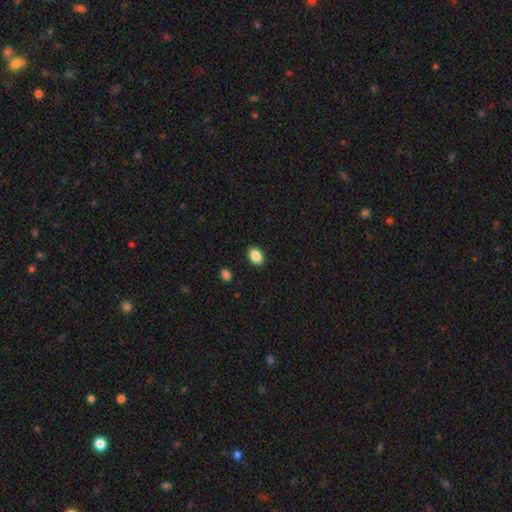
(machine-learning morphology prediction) This appears to be a smooth galaxy with no disk features (88%) that is in between round and cigar-shaped (83%). Merging: none (87%).